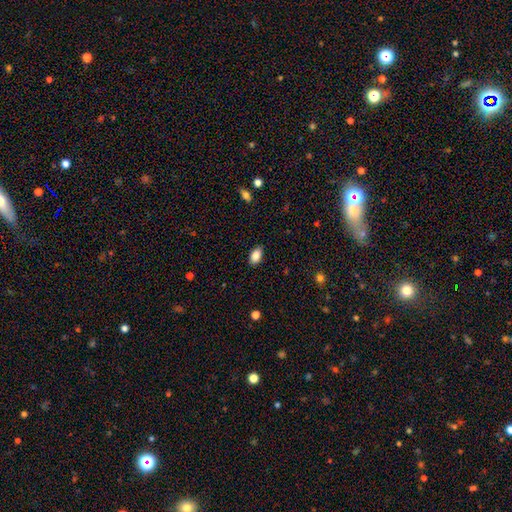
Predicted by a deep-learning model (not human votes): Overall: smooth (86%). How rounded: in between (91%). Merging: none (87%).